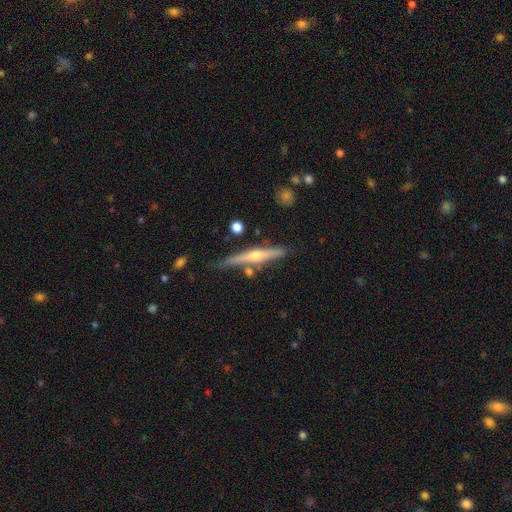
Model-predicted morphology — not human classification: smooth_or_featured: featured or disk (p=0.71) [alt: smooth p=0.23]
disk_edge_on: yes (p=0.97) [alt: no p=0.03]
edge_on_bulge: rounded (p=0.88) [alt: none p=0.08]
merging: none (p=0.80) [alt: minor disturbance p=0.13]